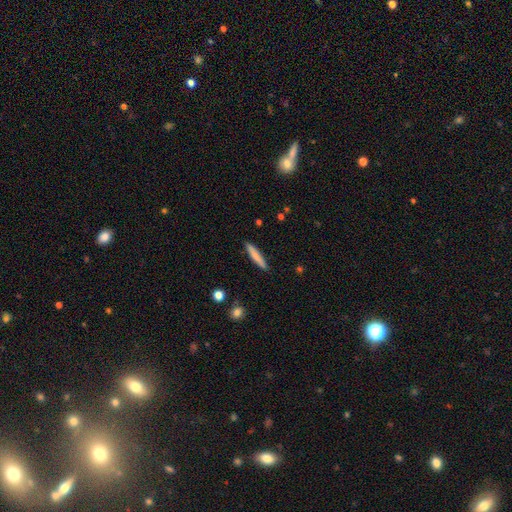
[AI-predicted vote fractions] This appears to be a smooth galaxy with no disk features (73%) that is cigar-shaped (93%). Merging: none (89%).